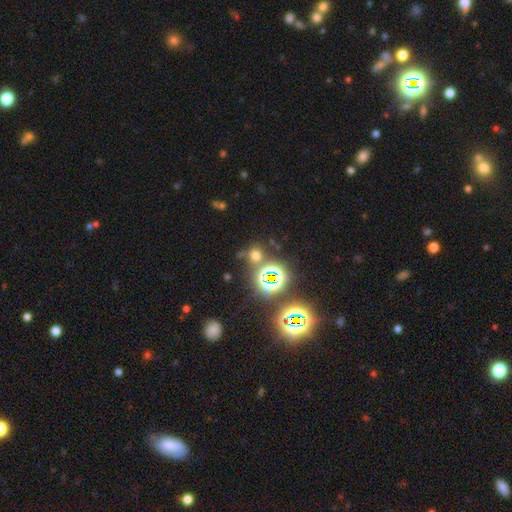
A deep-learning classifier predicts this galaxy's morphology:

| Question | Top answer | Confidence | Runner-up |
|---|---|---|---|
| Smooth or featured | smooth | 49% | star or artifact (43%) |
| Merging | none | 73% | merger (11%) |